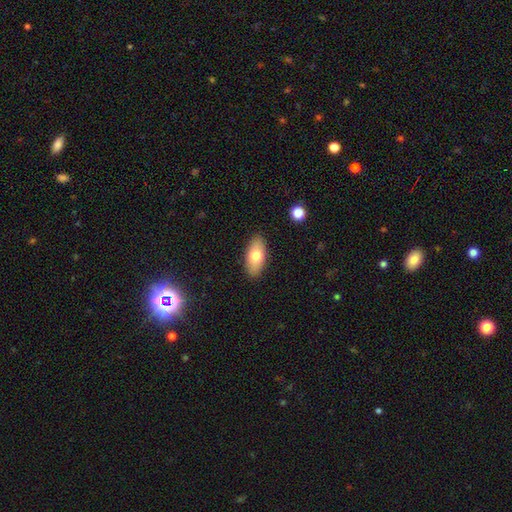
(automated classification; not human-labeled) Smooth or featured?
  - smooth: 74% *
  - featured or disk: 20%
  - star or artifact: 7%
How rounded?
  - in between: 90% *
  - cigar-shaped: 6%
  - round: 3%
Merging?
  - none: 88% *
  - minor disturbance: 9%
  - major disturbance: 2%
  - merger: 1%